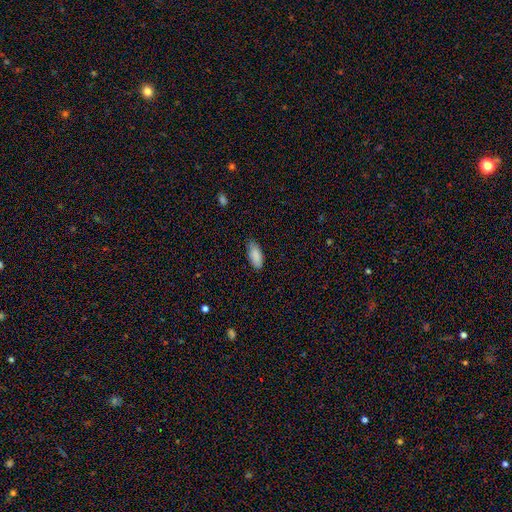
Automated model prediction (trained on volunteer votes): smooth_or_featured: smooth (p=0.87) [alt: star or artifact p=0.07]
how_rounded: in between (p=0.89) [alt: cigar-shaped p=0.09]
merging: none (p=0.74) [alt: minor disturbance p=0.22]